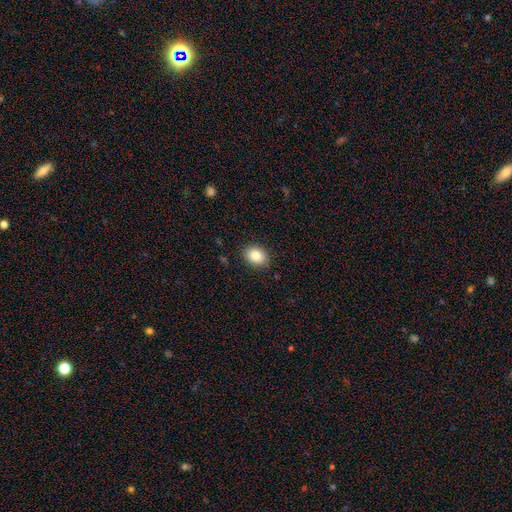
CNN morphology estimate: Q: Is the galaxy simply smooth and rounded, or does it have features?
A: smooth — 83%.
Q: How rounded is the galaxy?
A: in between — 55%.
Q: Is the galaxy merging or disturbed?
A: none — 90%.